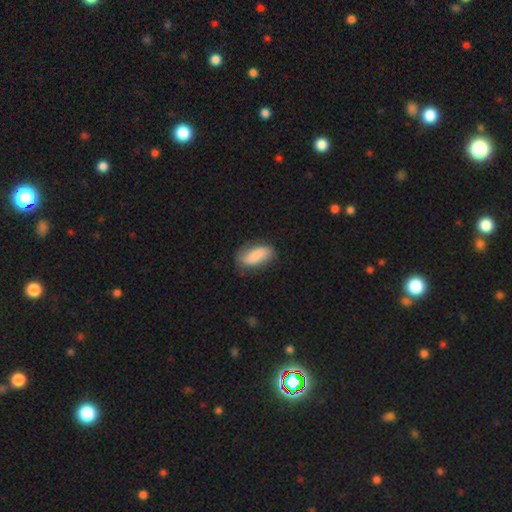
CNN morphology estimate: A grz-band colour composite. It shows a smooth galaxy with no disk features (73%) that is in between round and cigar-shaped (85%). Merging: none (73%).